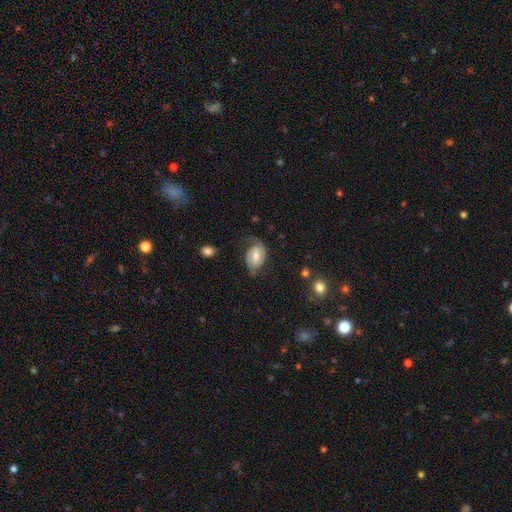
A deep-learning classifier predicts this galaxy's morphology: A featured or disk galaxy (58%) with a weak bar (43%), spiral arms (84%) and a moderate central bulge (60%). Merging: none (51%).